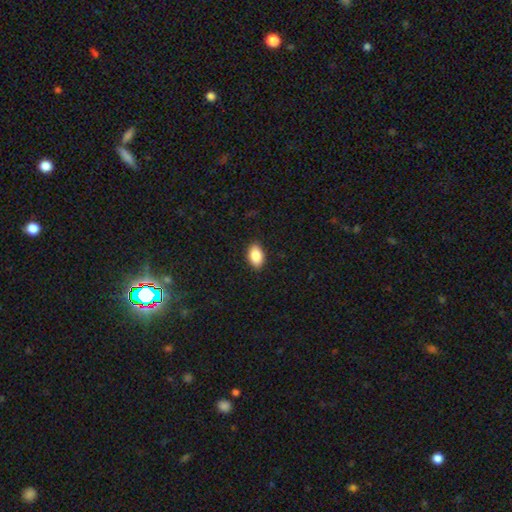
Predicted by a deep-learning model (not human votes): Smooth or featured: smooth — 88% (star or artifact — 7%)
How rounded: in between — 91% (round — 7%)
Merging: none — 88% (minor disturbance — 9%)